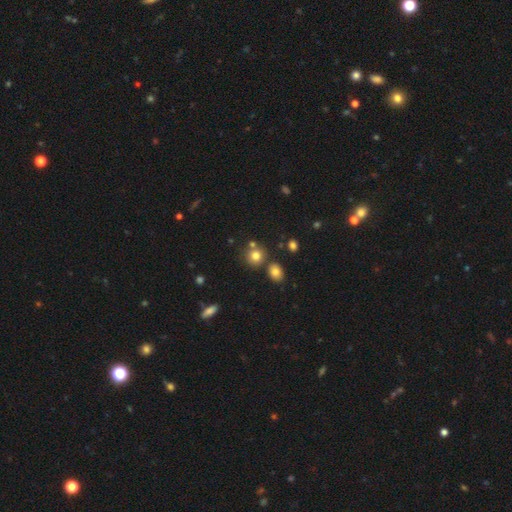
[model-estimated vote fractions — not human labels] smooth-or-featured: smooth: 78% | star or artifact: 13% | featured or disk: 8%
  how-rounded: round: 85% | in between: 14% | cigar-shaped: 1%
  merging: none: 70% | merger: 17% | minor disturbance: 10% | major disturbance: 3%